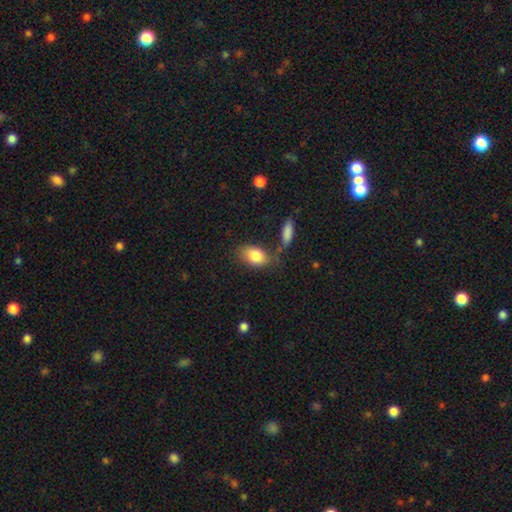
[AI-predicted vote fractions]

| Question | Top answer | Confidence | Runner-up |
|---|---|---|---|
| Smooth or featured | smooth | 83% | featured or disk (10%) |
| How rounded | in between | 87% | round (11%) |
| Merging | none | 62% | minor disturbance (19%) |